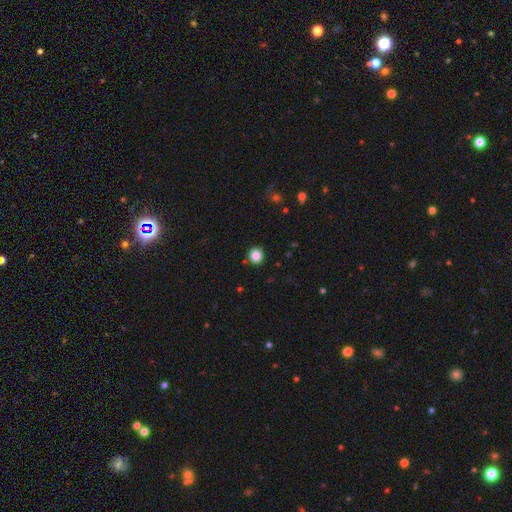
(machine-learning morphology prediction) Overall: smooth (84%). How rounded: round (89%). Merging: none (90%).